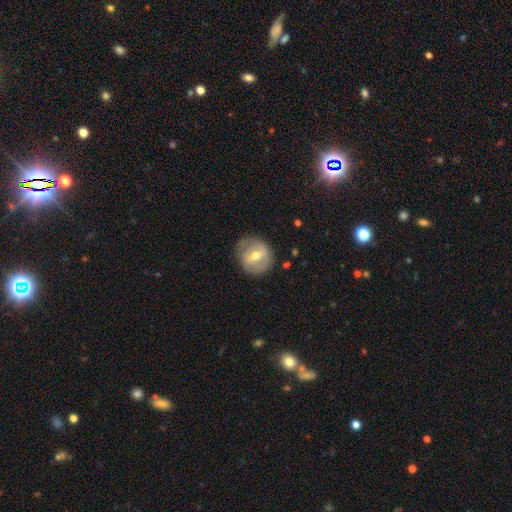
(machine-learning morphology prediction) The model was most divided on "bar": weak: 44%, strong: 39%, no: 17%. More confident: edge-on disk — no (93%); merging — none (77%); bulge size — moderate (69%); spiral arms — no (61%); smooth or featured — featured or disk (55%).